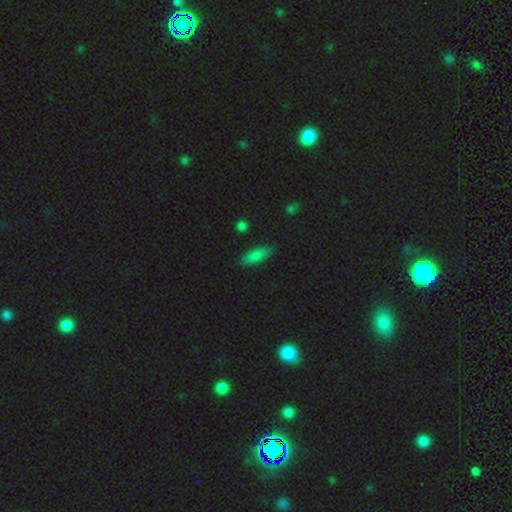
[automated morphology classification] A smooth galaxy with no disk features (80%) that is in between round and cigar-shaped (64%). Merging: none (83%).